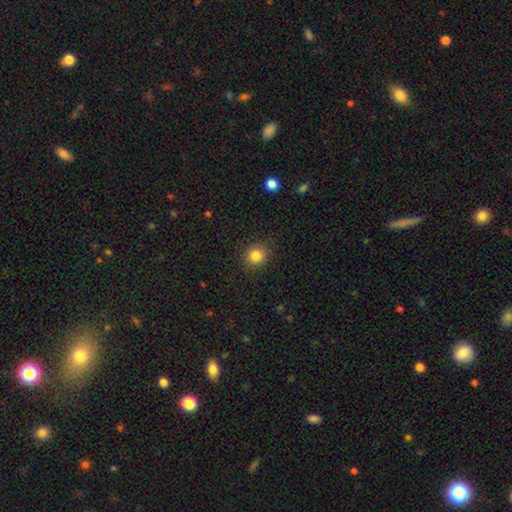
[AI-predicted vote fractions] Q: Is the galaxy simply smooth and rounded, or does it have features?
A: smooth — 83%.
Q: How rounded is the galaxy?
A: round — 79%.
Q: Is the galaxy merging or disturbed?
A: none — 87%.